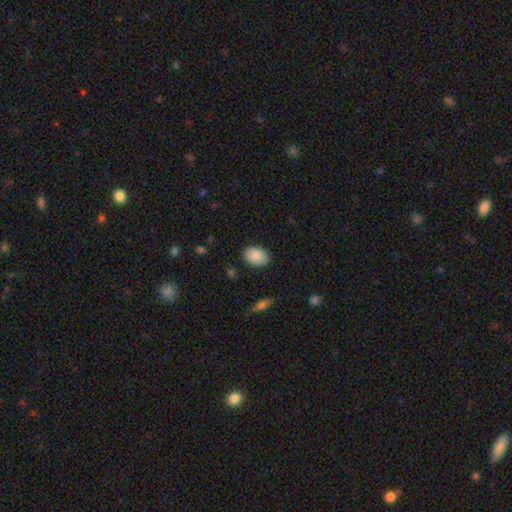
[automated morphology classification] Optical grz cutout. It shows a smooth galaxy with no disk features (89%) that is in between round and cigar-shaped (79%). Merging: none (84%).